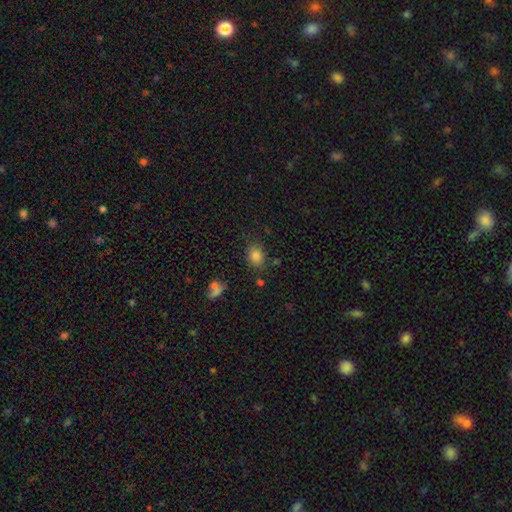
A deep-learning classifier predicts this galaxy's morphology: This is clearly a smooth galaxy (81%). How rounded: possibly in between (57%). Merging: likely none (78%).